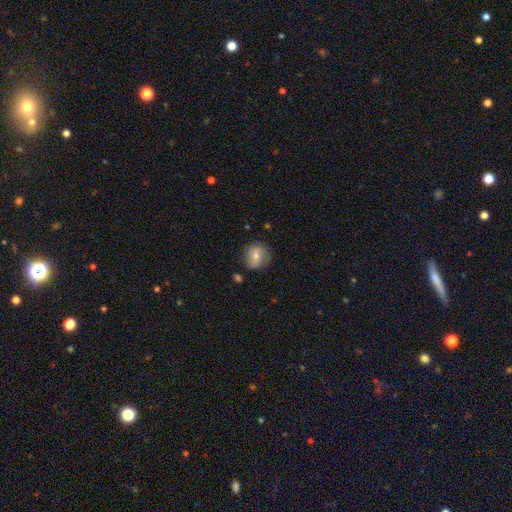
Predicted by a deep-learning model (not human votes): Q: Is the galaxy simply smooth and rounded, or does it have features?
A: smooth — 62%.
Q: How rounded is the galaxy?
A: round — 81%.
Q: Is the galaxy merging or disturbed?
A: none — 76%.